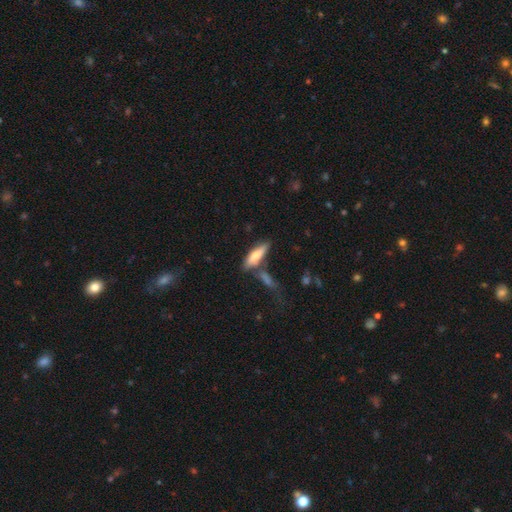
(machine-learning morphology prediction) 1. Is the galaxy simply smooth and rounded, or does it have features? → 67% smooth, 26% featured or disk, 6% star or artifact.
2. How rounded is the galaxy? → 55% cigar-shaped, 43% in between, 2% round.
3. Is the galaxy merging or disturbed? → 56% none, 22% merger, 16% minor disturbance, 6% major disturbance.